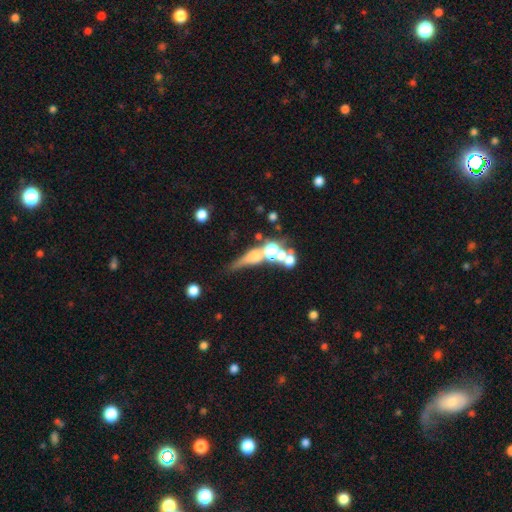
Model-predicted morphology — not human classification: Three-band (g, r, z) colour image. It shows a smooth galaxy with no disk features (40%). Merging: none (39%).